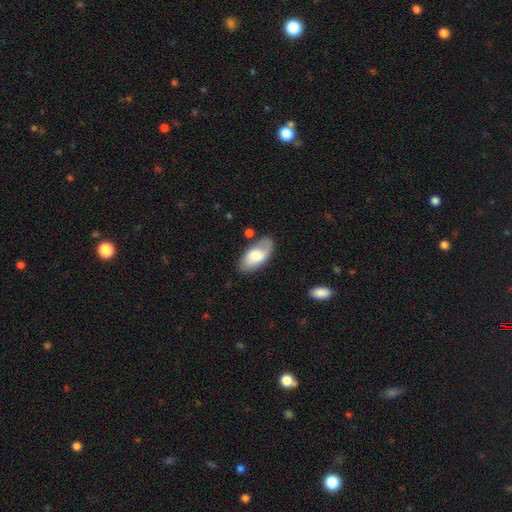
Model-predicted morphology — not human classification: This appears to be a smooth galaxy with no disk features (69%) that is in between round and cigar-shaped (94%). Merging: none (69%).